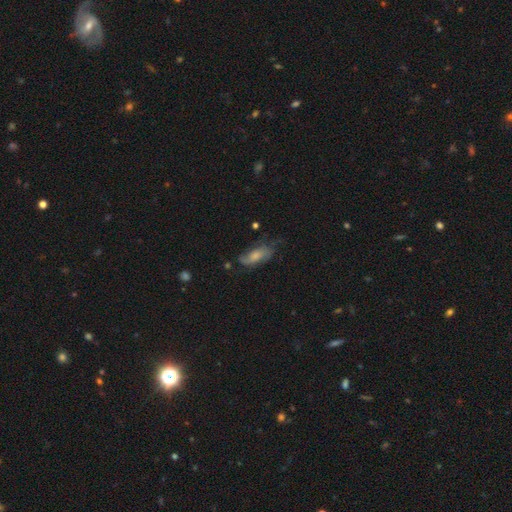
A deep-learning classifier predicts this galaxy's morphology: Smooth or featured? Predicted: featured or disk (p=0.46). Merging? Predicted: none (p=0.54).